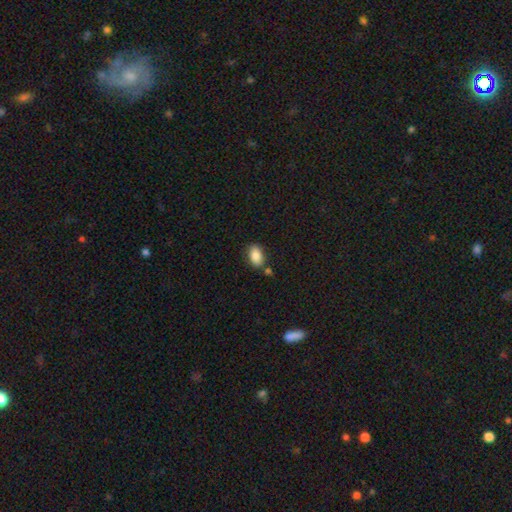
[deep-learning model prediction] The model was most divided on "merging": none: 74%, minor disturbance: 14%, merger: 9%, major disturbance: 3%. More confident: how rounded — in between (90%); smooth or featured — smooth (87%).